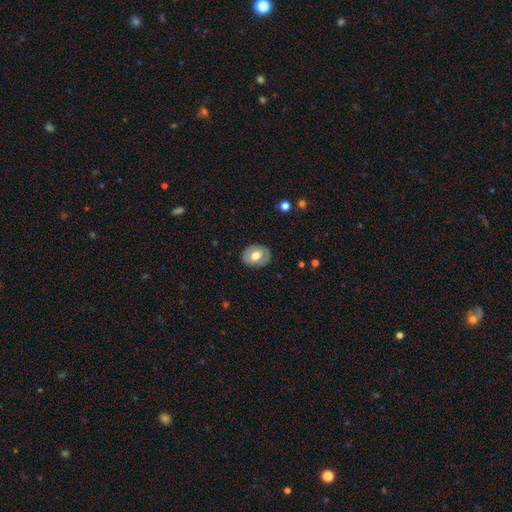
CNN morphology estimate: type=smooth (57%); roundness=in between (62%); merging=none (84%).